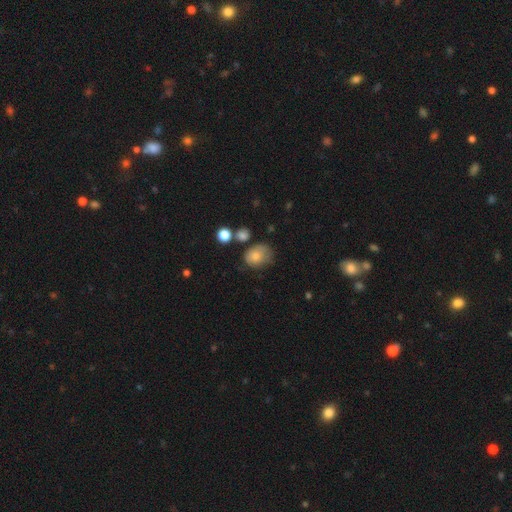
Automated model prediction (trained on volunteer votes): A smooth galaxy with no disk features (76%) that is in between round and cigar-shaped (59%). Merging: none (46%).